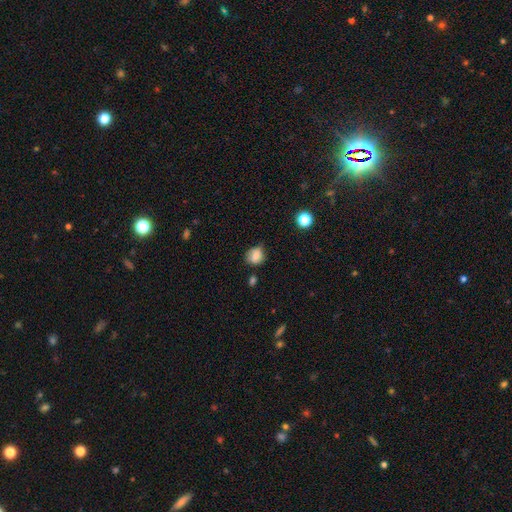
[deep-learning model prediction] Smooth or featured: smooth — 78% (featured or disk — 12%)
How rounded: round — 67% (in between — 32%)
Merging: none — 57% (minor disturbance — 31%)